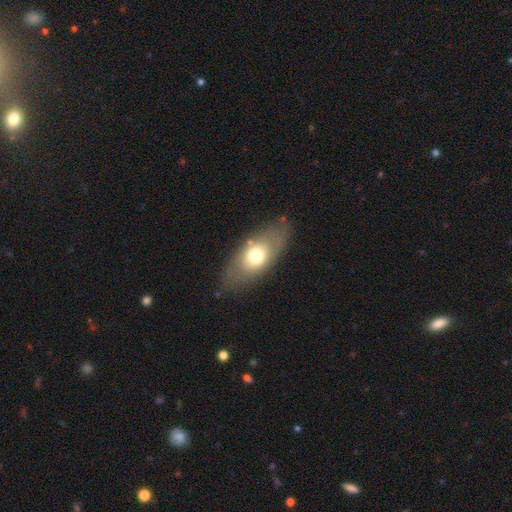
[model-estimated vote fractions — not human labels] Smooth or featured: smooth — 64% (featured or disk — 29%)
How rounded: in between — 85% (cigar-shaped — 9%)
Merging: none — 81% (minor disturbance — 12%)